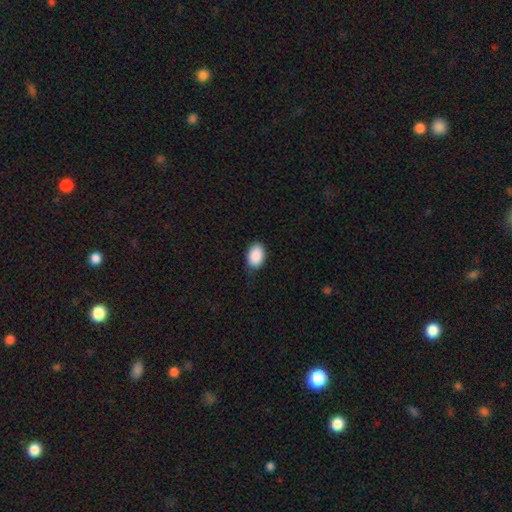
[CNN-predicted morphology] Smooth or featured: smooth — 90% (star or artifact — 7%)
How rounded: in between — 88% (round — 11%)
Merging: none — 81% (minor disturbance — 15%)